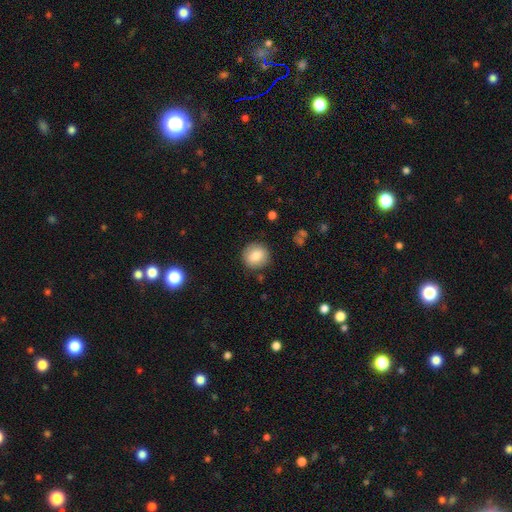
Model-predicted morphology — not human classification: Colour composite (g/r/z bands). It shows a smooth galaxy with no disk features (82%) that is round (90%). Merging: none (88%).